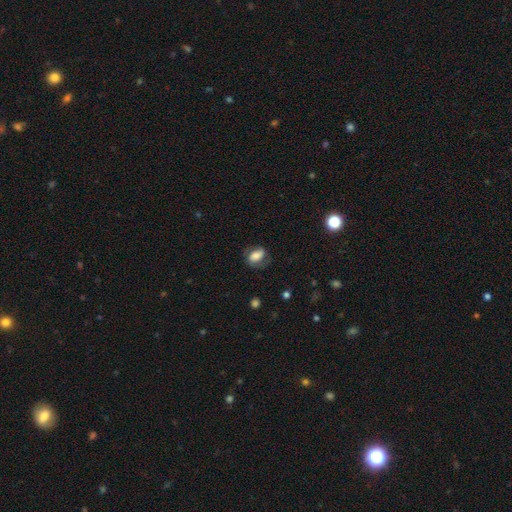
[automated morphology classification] Smooth or featured?
  - smooth: 49% *
  - featured or disk: 43%
  - star or artifact: 8%
Merging?
  - none: 63% *
  - minor disturbance: 22%
  - major disturbance: 14%
  - merger: 1%